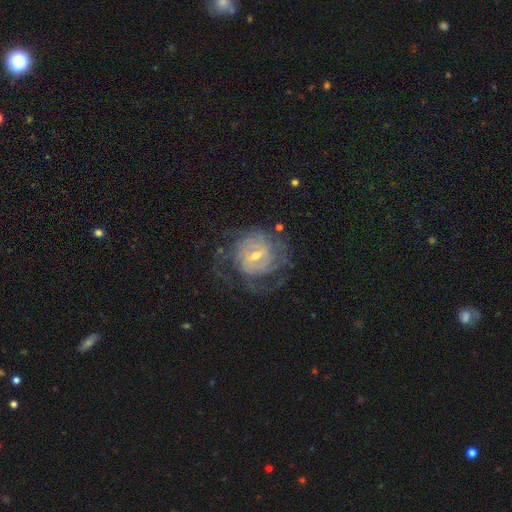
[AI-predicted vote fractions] smooth-or-featured: featured or disk: 83% | smooth: 10% | star or artifact: 7%
  disk-edge-on: no: 97% | yes: 3%
    bar: weak: 55% | no: 24% | strong: 22%
    has-spiral-arms: yes: 91% | no: 9%
      spiral-winding: tight: 61% | medium: 29% | loose: 10%
      spiral-arm-count: can't tell: 44% | 2: 20% | 3: 15% | 4: 10% | 1: 6% | more than 4: 5%
    bulge-size: small: 55% | moderate: 40% | large: 2% | none: 1% | dominant: 1%
  merging: none: 63% | major disturbance: 18% | minor disturbance: 17% | merger: 2%